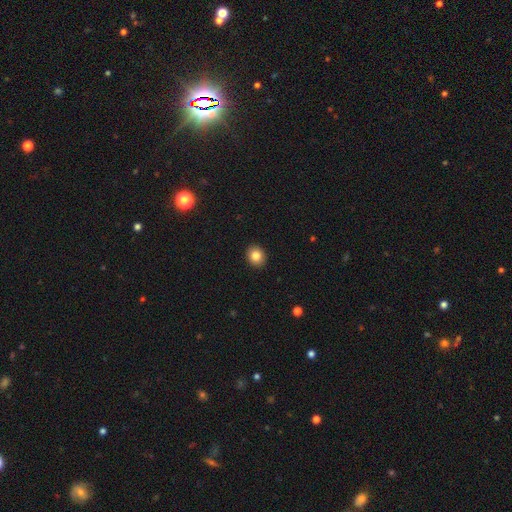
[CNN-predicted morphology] smooth 83%, star or artifact 10%, featured or disk 6%. Down the decision tree: how rounded — round (76%); merging — none (92%).